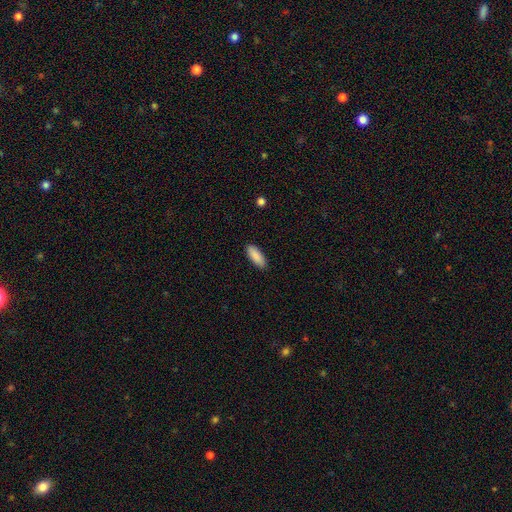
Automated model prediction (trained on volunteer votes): Morphology: type=smooth (90%); roundness=in between (73%); merging=none (89%).